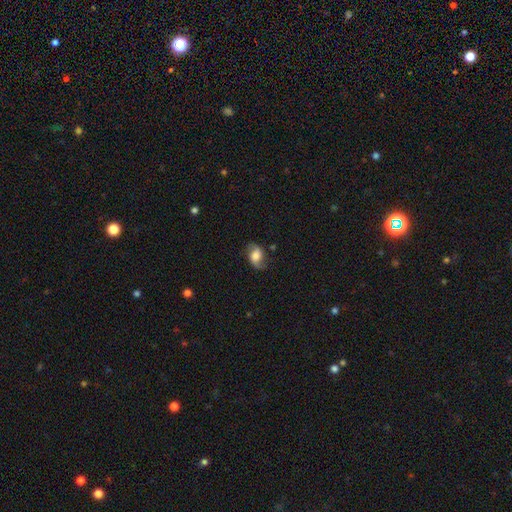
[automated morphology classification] featured or disk 53%, smooth 38%, star or artifact 9%. Down the decision tree: edge-on disk — no (96%); bar — no (55%); spiral arms — yes (89%); bulge size — moderate (36%, tied with large); merging — none (69%).